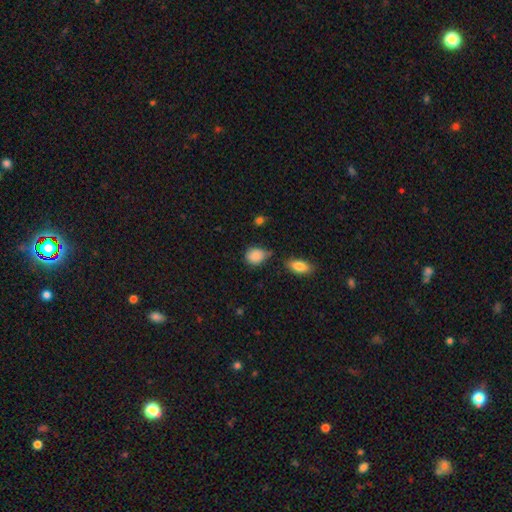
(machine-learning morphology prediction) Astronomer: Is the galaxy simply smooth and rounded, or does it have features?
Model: smooth — 87%.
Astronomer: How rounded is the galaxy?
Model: round — 50% (runner-up: in between, 49%).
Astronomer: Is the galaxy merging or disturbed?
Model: none — 56%.